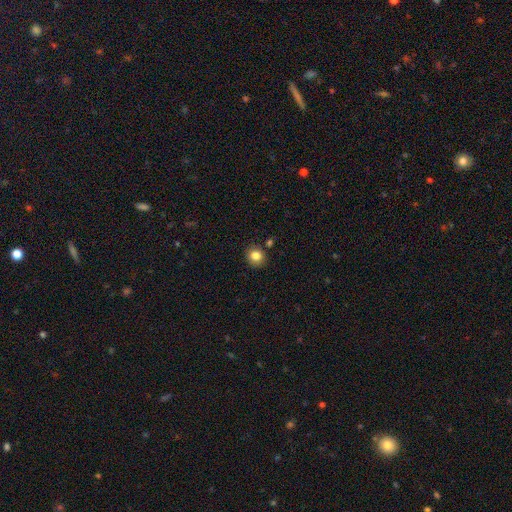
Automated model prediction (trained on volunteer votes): Overall: smooth (83%). How rounded: round (85%). Merging: none (87%).